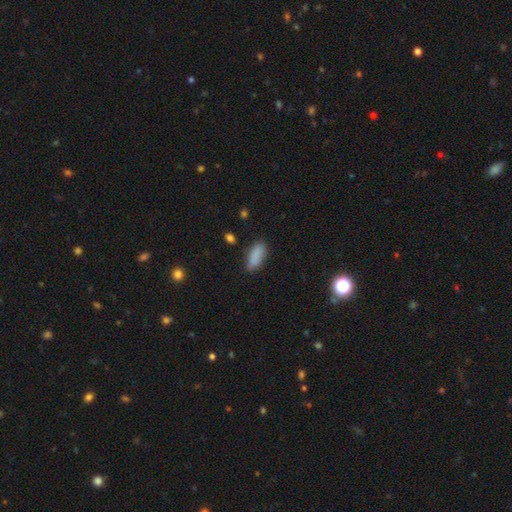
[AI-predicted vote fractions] Q: Smooth or featured?
A: smooth (86%); runner-up: star or artifact (8%)
Q: How rounded?
A: in between (85%); runner-up: cigar-shaped (13%)
Q: Merging?
A: none (75%); runner-up: minor disturbance (19%)